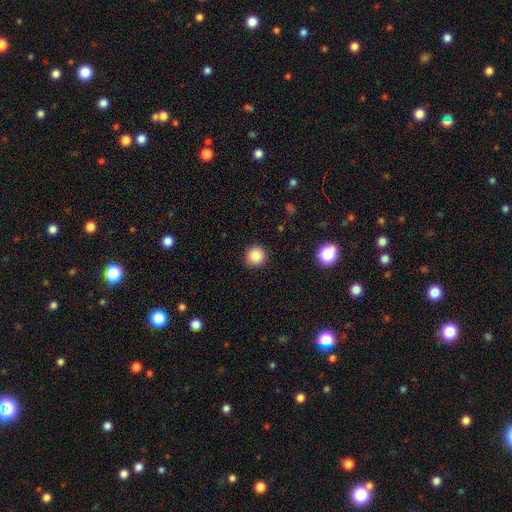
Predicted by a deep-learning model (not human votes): Smooth or featured? Predicted: smooth (p=0.87). How rounded? Predicted: round (p=0.95). Merging? Predicted: none (p=0.92).